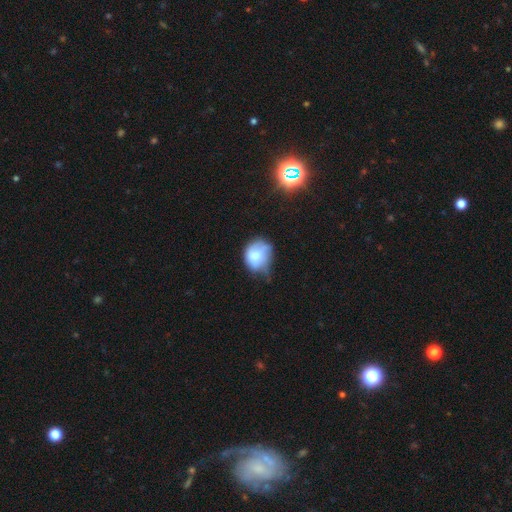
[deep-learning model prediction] Q: Smooth or featured?
A: smooth (70%); runner-up: featured or disk (21%)
Q: How rounded?
A: round (59%); runner-up: in between (40%)
Q: Merging?
A: minor disturbance (43%); runner-up: none (31%)